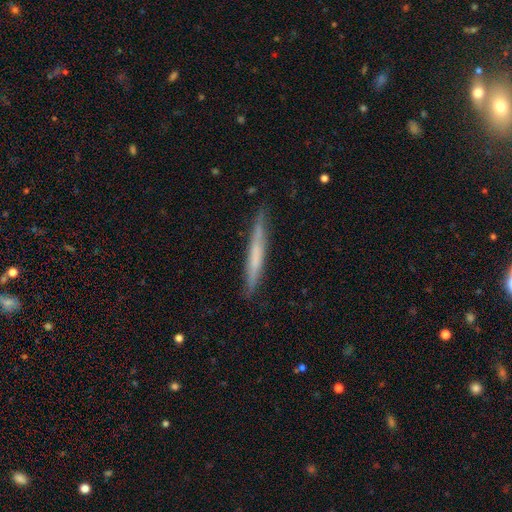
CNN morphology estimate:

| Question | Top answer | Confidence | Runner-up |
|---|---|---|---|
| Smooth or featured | smooth | 53% | featured or disk (41%) |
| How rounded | cigar-shaped | 96% | in between (2%) |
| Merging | none | 84% | minor disturbance (12%) |